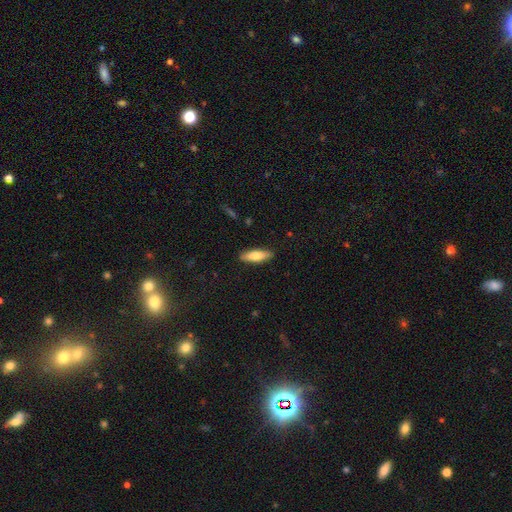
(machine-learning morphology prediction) Smooth or featured? Predicted: smooth (p=0.71). How rounded? Predicted: cigar-shaped (p=0.56). Merging? Predicted: none (p=0.89).